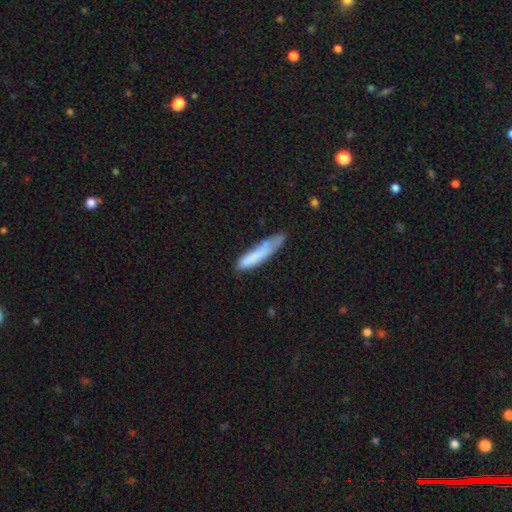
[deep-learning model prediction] Smooth or featured: smooth — 77% (featured or disk — 17%)
How rounded: cigar-shaped — 89% (in between — 9%)
Merging: none — 59% (minor disturbance — 29%)